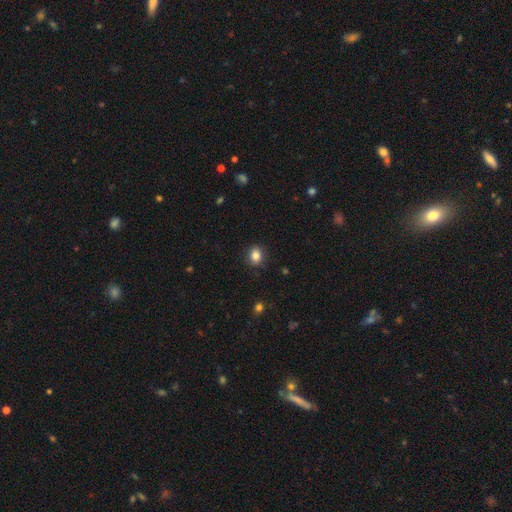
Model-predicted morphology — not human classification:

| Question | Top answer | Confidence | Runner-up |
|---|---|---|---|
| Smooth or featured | smooth | 84% | star or artifact (10%) |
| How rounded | round | 58% | in between (41%) |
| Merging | none | 87% | minor disturbance (9%) |